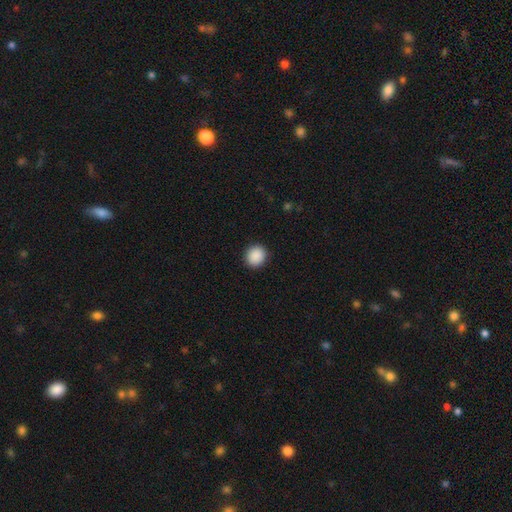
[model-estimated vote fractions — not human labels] This is clearly a smooth galaxy (90%). How rounded: clearly round (85%). Merging: clearly none (91%).